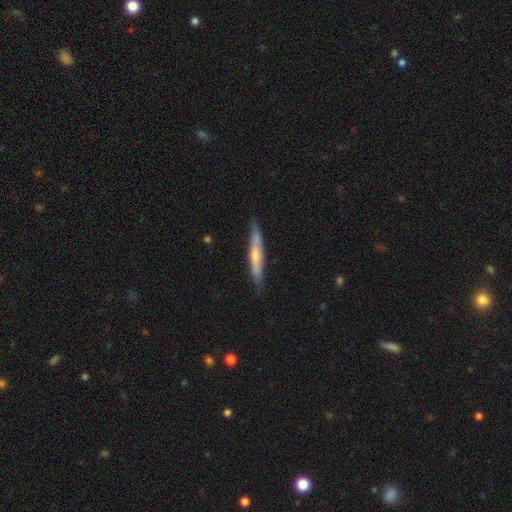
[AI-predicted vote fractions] A smooth galaxy with no disk features (52%) that is cigar-shaped (92%).

Vote fractions:
- Smooth or featured? smooth: 52% / featured or disk: 42% / star or artifact: 5%
- How rounded? cigar-shaped: 92% / in between: 7% / round: 1%
- Merging? none: 78% / minor disturbance: 17% / major disturbance: 3% / merger: 1%